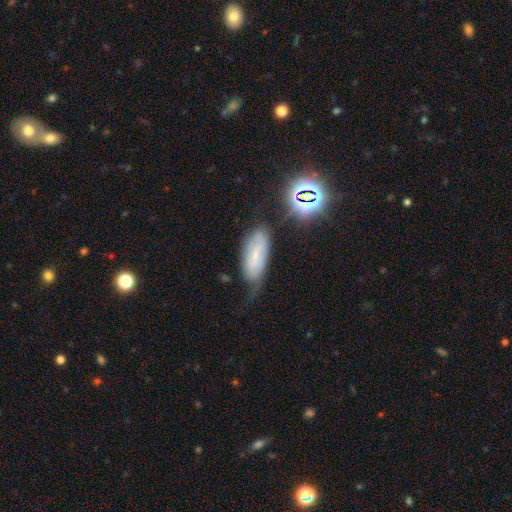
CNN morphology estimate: A featured or disk galaxy (46%).

Vote fractions:
- Smooth or featured? featured or disk: 46% / smooth: 39% / star or artifact: 14%
- Merging? none: 45% / minor disturbance: 34% / major disturbance: 17% / merger: 4%